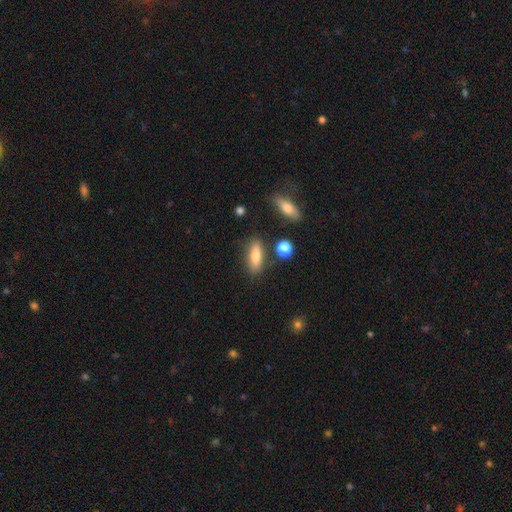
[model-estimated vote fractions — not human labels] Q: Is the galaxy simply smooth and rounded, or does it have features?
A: smooth — 77%.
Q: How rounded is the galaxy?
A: in between — 63%.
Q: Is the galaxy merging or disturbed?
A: none — 79%.